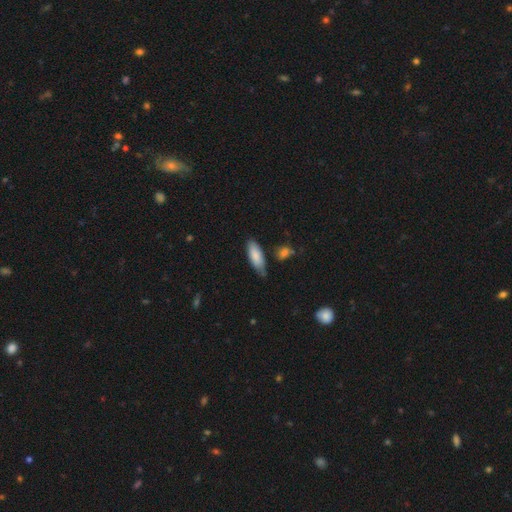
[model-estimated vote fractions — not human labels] A smooth galaxy with no disk features (84%) that is in between round and cigar-shaped (70%). Merging: none (68%).